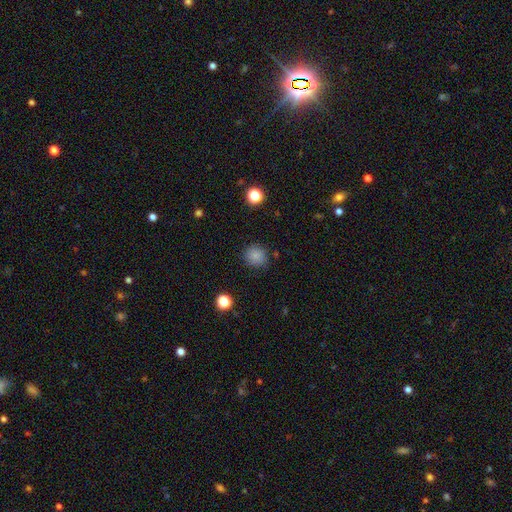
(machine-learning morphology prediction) This is clearly a smooth galaxy (84%). How rounded: clearly round (88%). Merging: clearly none (85%).